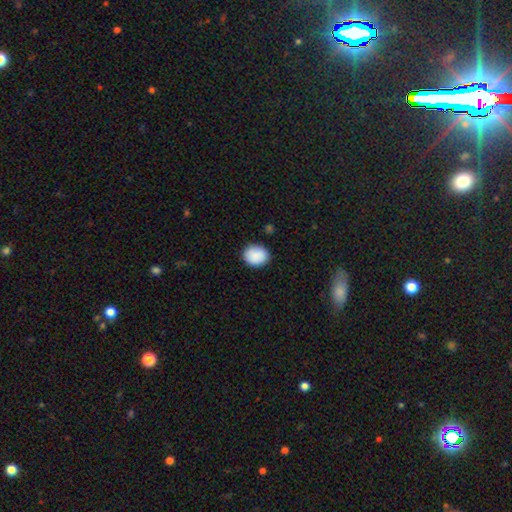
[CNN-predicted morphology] A smooth galaxy with no disk features (89%) that is round (61%).

Vote fractions:
- Smooth or featured? smooth: 89% / star or artifact: 7% / featured or disk: 4%
- How rounded? round: 61% / in between: 38% / cigar-shaped: 1%
- Merging? none: 88% / minor disturbance: 9% / major disturbance: 2% / merger: 1%